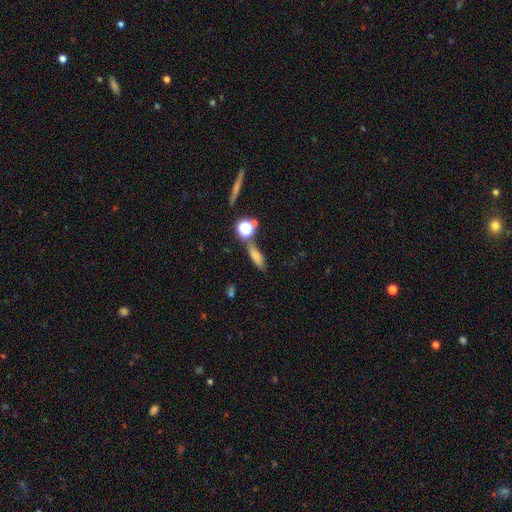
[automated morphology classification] type=smooth (70%); roundness=in between (52%); merging=none (58%).